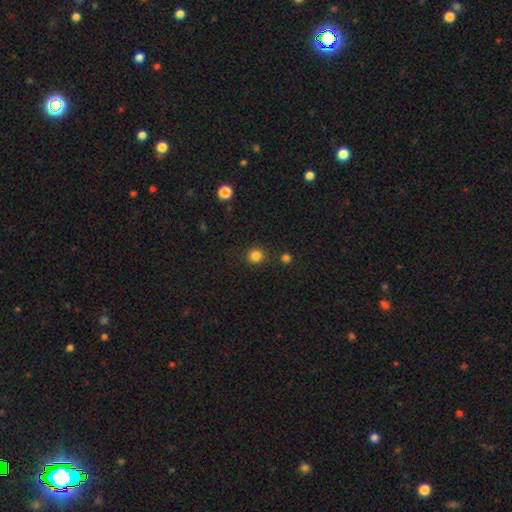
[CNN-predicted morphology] type=smooth (83%); roundness=round (91%); merging=none (87%).